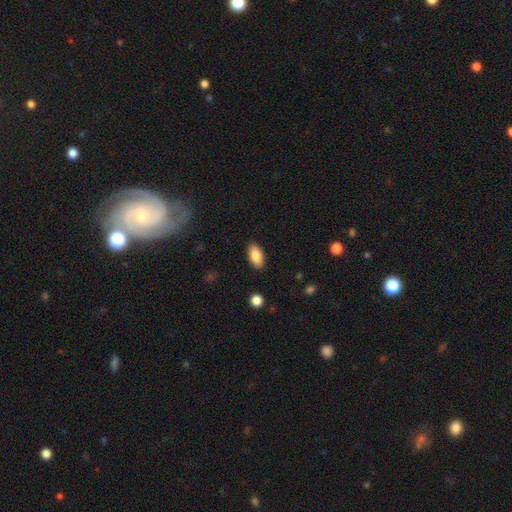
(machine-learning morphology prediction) type=smooth (86%); roundness=in between (93%); merging=none (88%).